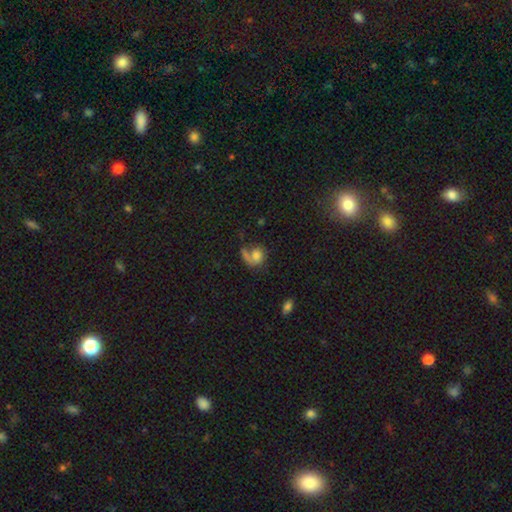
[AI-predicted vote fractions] Morphology: type=smooth (61%); roundness=round (54%); merging=none (36%).